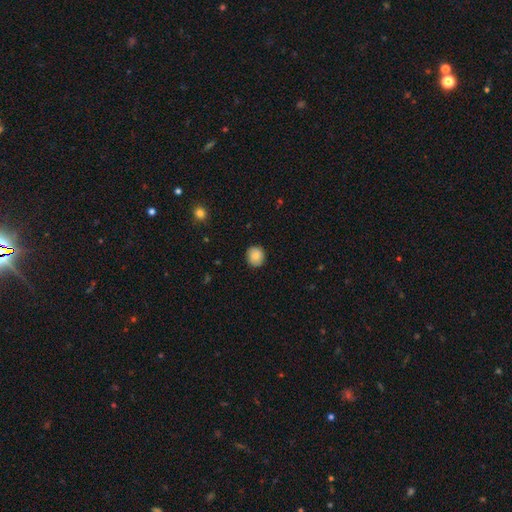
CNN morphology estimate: Smooth or featured? smooth (81%)
How rounded? round (78%)
Merging? none (86%)